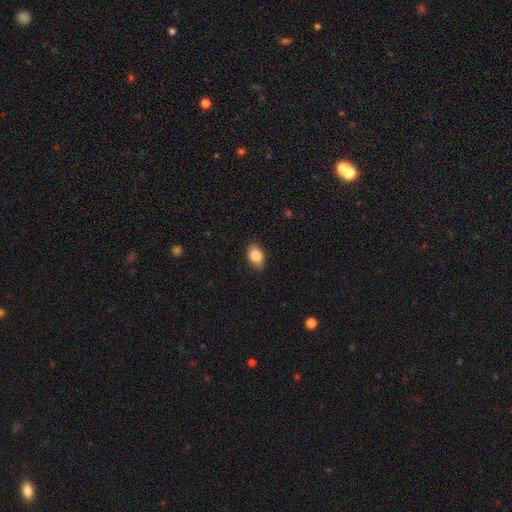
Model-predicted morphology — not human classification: A smooth galaxy with no disk features (87%) that is in between round and cigar-shaped (89%). Merging: none (79%).